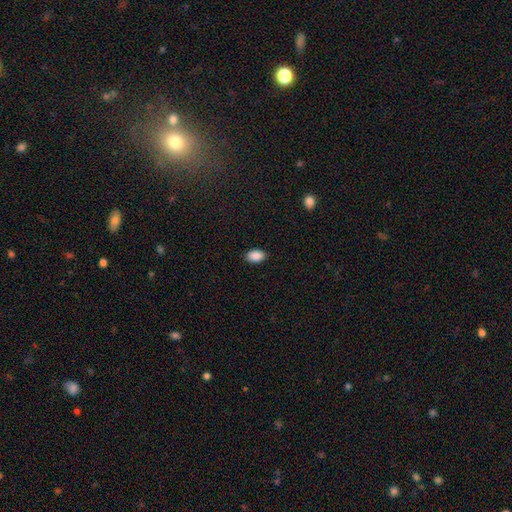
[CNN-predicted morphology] This appears to be a smooth galaxy with no disk features (90%) that is in between round and cigar-shaped (90%). Merging: none (88%).